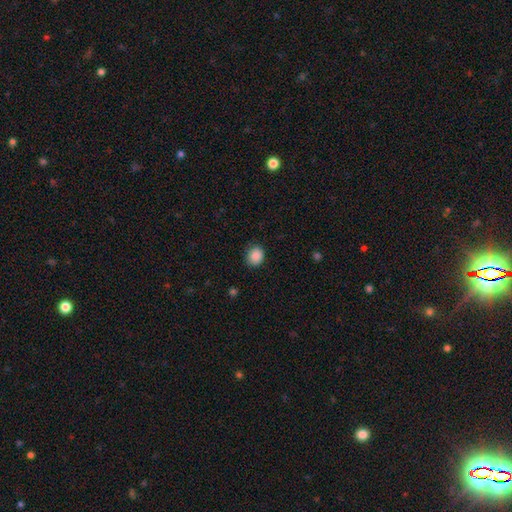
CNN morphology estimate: A smooth galaxy with no disk features (88%) that is round (67%). Merging: none (84%).